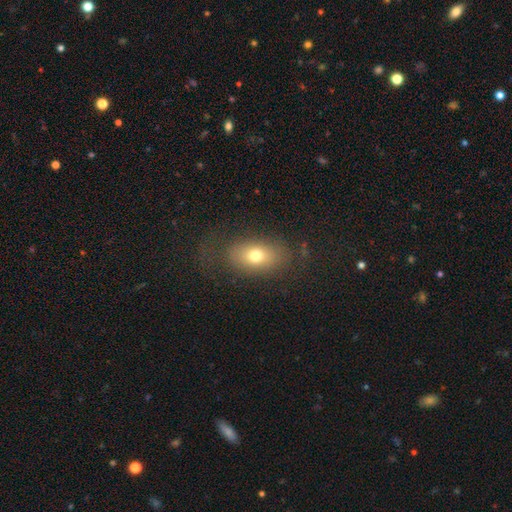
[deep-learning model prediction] A smooth galaxy with no disk features (71%) that is in between round and cigar-shaped (82%).

Vote fractions:
- Smooth or featured? smooth: 71% / featured or disk: 17% / star or artifact: 12%
- How rounded? in between: 82% / round: 16% / cigar-shaped: 3%
- Merging? none: 72% / minor disturbance: 15% / major disturbance: 11% / merger: 1%